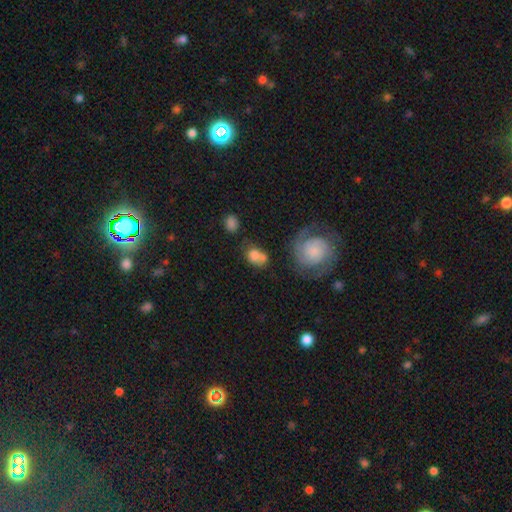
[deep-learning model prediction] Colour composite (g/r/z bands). It shows a smooth galaxy with no disk features (69%) that is in between round and cigar-shaped (58%). Merging: none (38%).